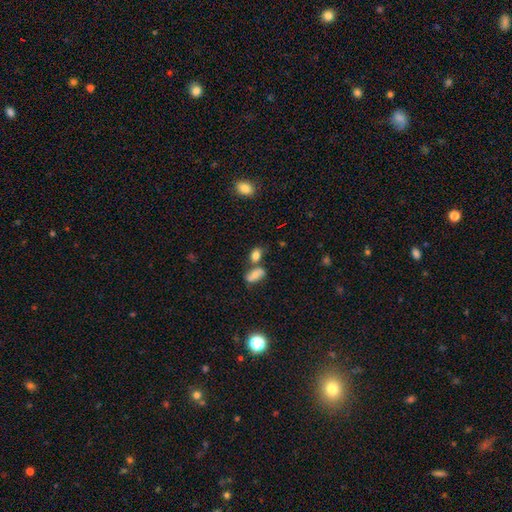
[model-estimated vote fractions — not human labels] smooth_or_featured: smooth (p=0.79) [alt: star or artifact p=0.11]
how_rounded: in between (p=0.75) [alt: round p=0.21]
merging: none (p=0.49) [alt: merger p=0.30]